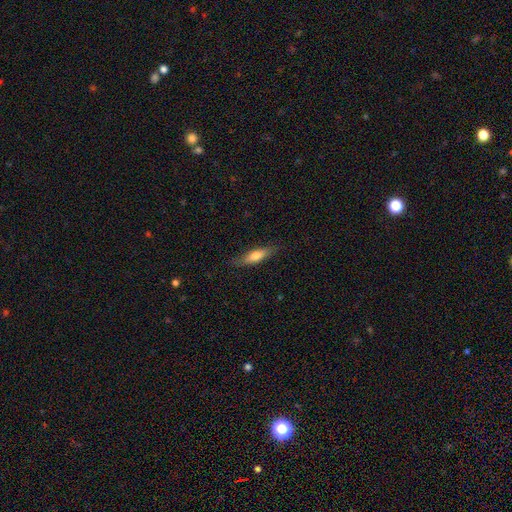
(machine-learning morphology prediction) smooth 64%, featured or disk 30%, star or artifact 6%. Down the decision tree: how rounded — cigar-shaped (64%); merging — none (83%).